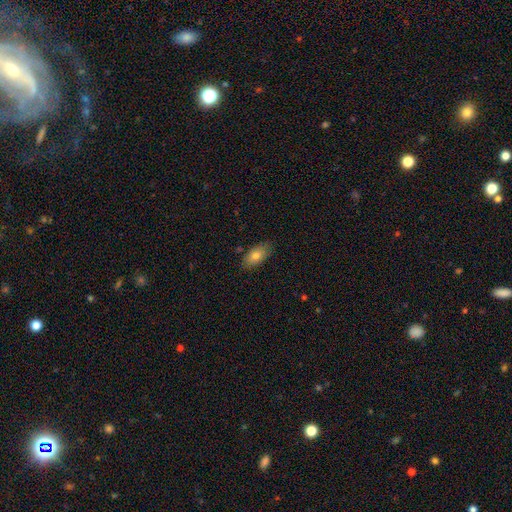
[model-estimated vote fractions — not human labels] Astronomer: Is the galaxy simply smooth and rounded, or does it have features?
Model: smooth — 78%.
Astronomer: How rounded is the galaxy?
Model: in between — 90%.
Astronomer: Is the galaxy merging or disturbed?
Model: none — 83%.